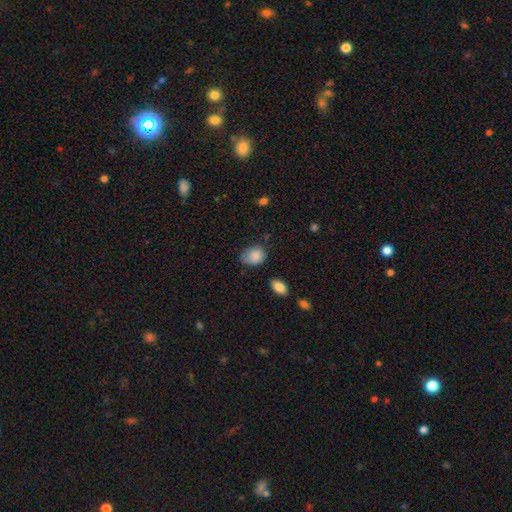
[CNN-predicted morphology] type=smooth (86%); roundness=in between (57%); merging=none (55%).